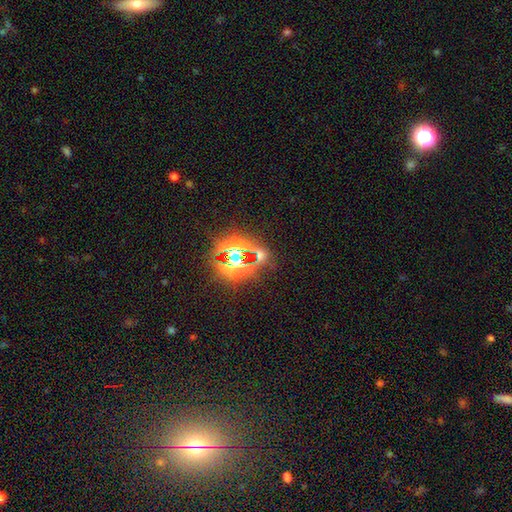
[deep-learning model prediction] Morphology: type=star or artifact (74%).